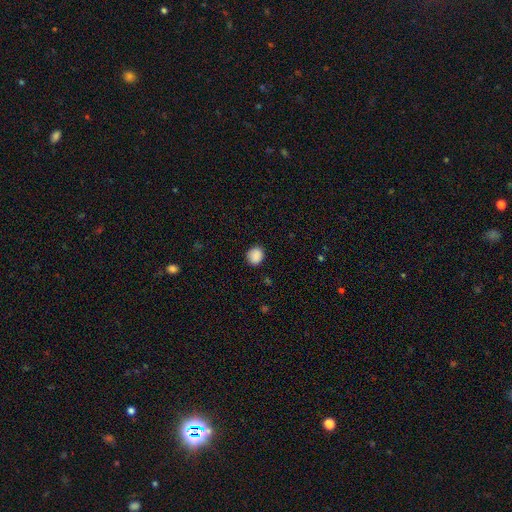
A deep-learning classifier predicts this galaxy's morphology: smooth_or_featured: smooth (p=0.89) [alt: star or artifact p=0.08]
how_rounded: round (p=0.67) [alt: in between p=0.32]
merging: none (p=0.87) [alt: minor disturbance p=0.10]